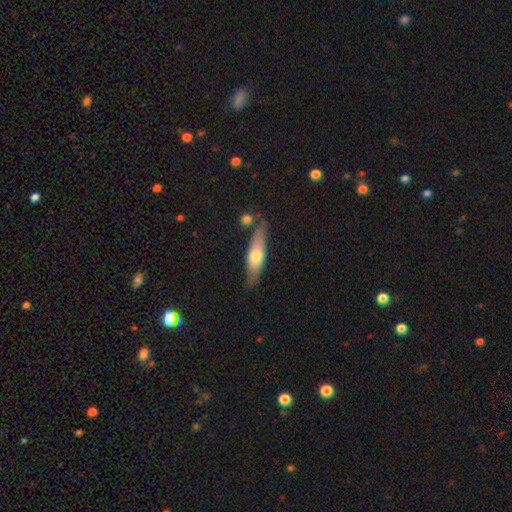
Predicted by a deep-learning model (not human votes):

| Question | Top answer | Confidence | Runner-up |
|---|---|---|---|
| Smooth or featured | smooth | 56% | featured or disk (39%) |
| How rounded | cigar-shaped | 66% | in between (32%) |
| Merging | none | 75% | minor disturbance (15%) |